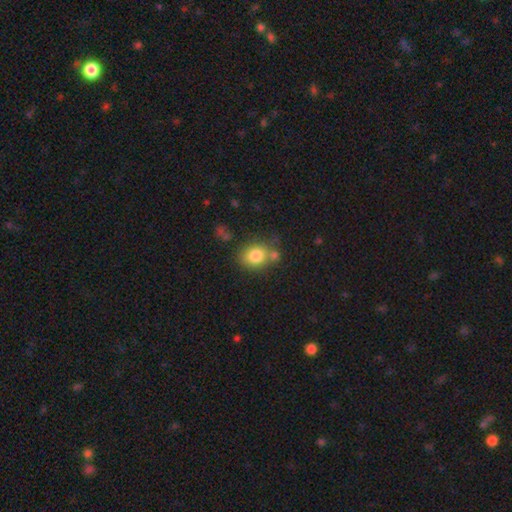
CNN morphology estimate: type=smooth (82%); roundness=round (59%); merging=none (61%).